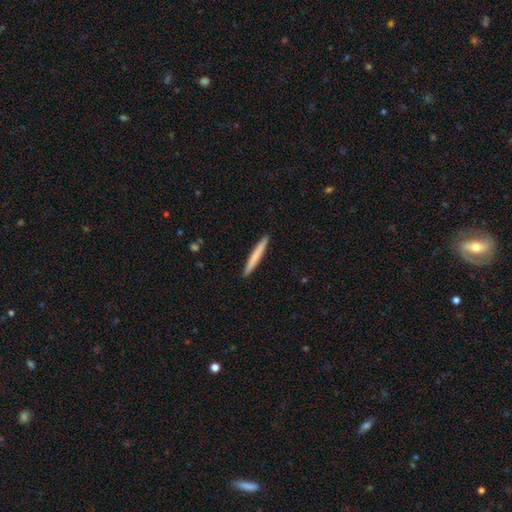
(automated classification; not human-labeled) Smooth or featured?
  - smooth: 72% *
  - featured or disk: 23%
  - star or artifact: 5%
How rounded?
  - cigar-shaped: 97% *
  - in between: 2%
  - round: 1%
Merging?
  - none: 93% *
  - minor disturbance: 5%
  - major disturbance: 1%
  - merger: 1%